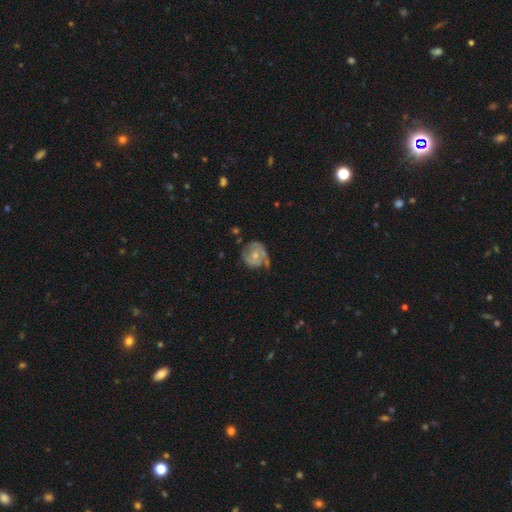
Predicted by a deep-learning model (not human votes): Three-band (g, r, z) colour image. It shows a featured or disk galaxy (71%) with no bar (74%), 2 (48%) tight (51%) spiral arms (84%) and a small central bulge (48%). Merging: none (53%).